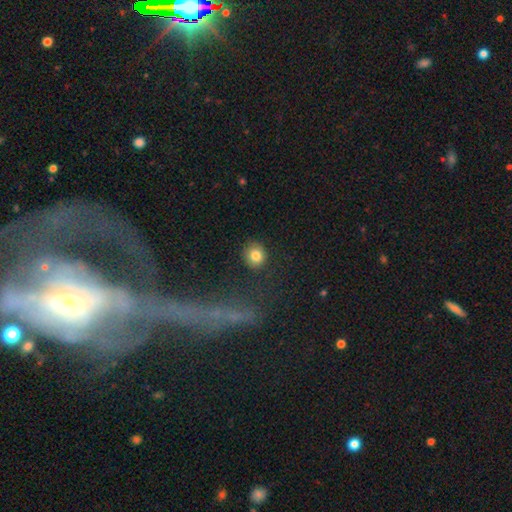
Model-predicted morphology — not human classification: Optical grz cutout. It shows a smooth galaxy with no disk features (83%) that is round (88%). Merging: none (88%).